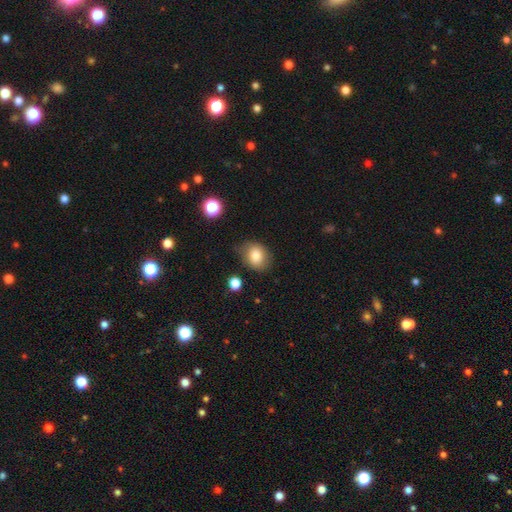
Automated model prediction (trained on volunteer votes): Smooth or featured? Predicted: smooth (p=0.81). How rounded? Predicted: round (p=0.50). Merging? Predicted: none (p=0.70).